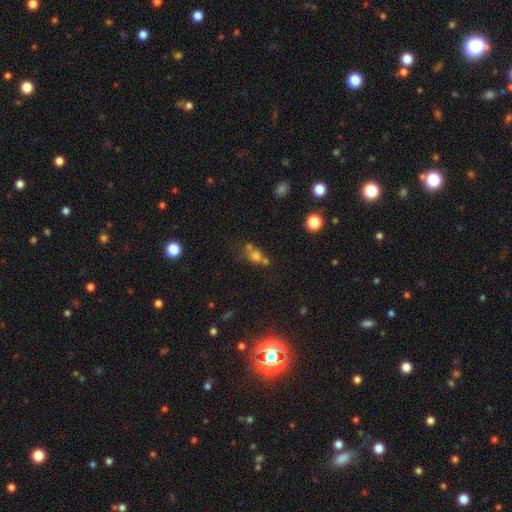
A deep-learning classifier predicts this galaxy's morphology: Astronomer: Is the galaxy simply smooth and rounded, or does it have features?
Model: smooth — 53% (runner-up: star or artifact, 33%).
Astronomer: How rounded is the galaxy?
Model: round — 67%.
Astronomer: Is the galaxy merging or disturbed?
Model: none — 50% (runner-up: merger, 32%).